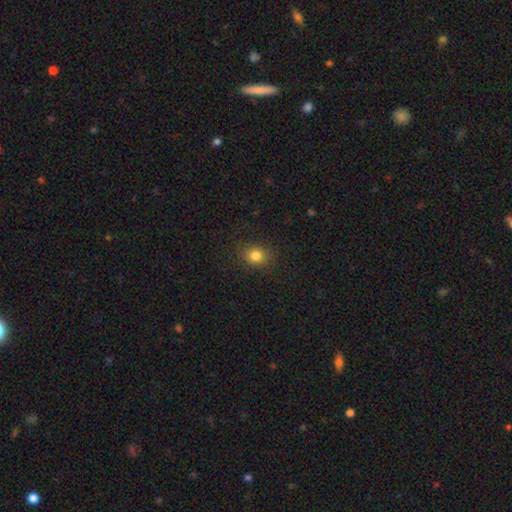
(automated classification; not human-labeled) Overall: smooth (82%). How rounded: round (64%; in between 35%). Merging: none (86%).